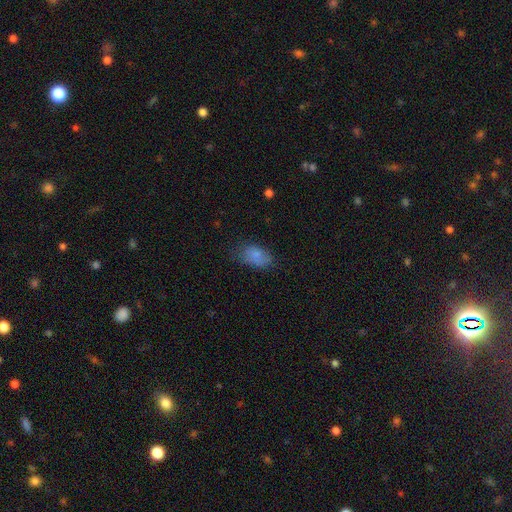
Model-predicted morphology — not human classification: A smooth galaxy with no disk features (80%) that is in between round and cigar-shaped (89%).

Vote fractions:
- Smooth or featured? smooth: 80% / featured or disk: 11% / star or artifact: 9%
- How rounded? in between: 89% / round: 9% / cigar-shaped: 2%
- Merging? none: 57% / minor disturbance: 29% / major disturbance: 11% / merger: 2%